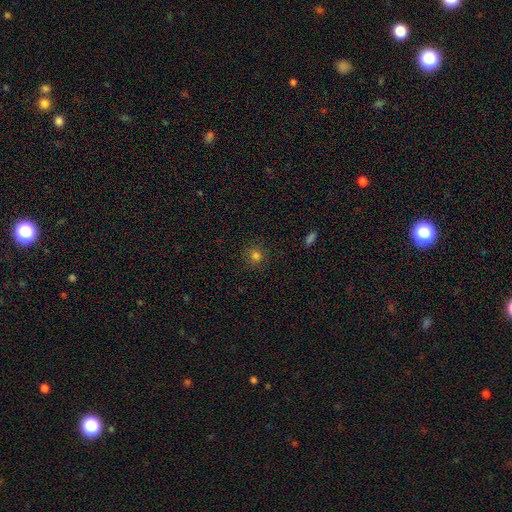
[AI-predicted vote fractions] Smooth or featured?
  - smooth: 78% *
  - star or artifact: 16%
  - featured or disk: 6%
How rounded?
  - round: 89% *
  - in between: 10%
  - cigar-shaped: 1%
Merging?
  - none: 87% *
  - minor disturbance: 9%
  - major disturbance: 3%
  - merger: 1%